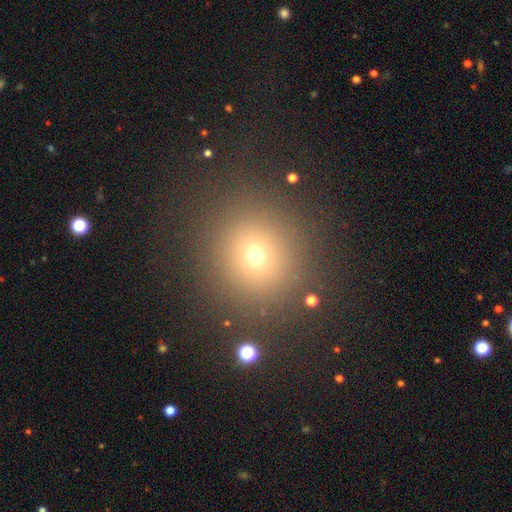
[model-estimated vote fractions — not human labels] smooth 66%, star or artifact 26%, featured or disk 9%. Down the decision tree: how rounded — round (92%); merging — none (88%).